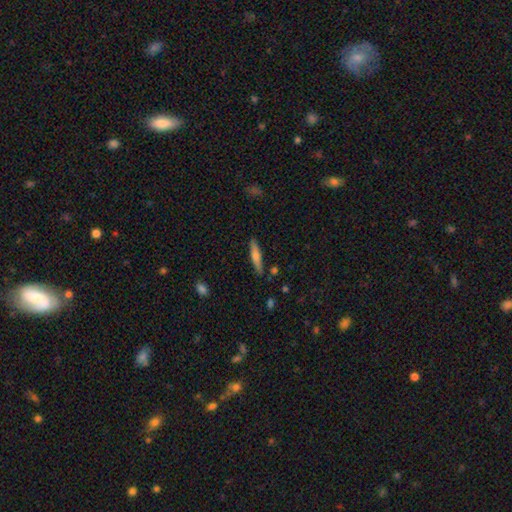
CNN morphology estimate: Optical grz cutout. It shows a smooth galaxy with no disk features (52%) that is cigar-shaped (88%). Merging: none (88%).